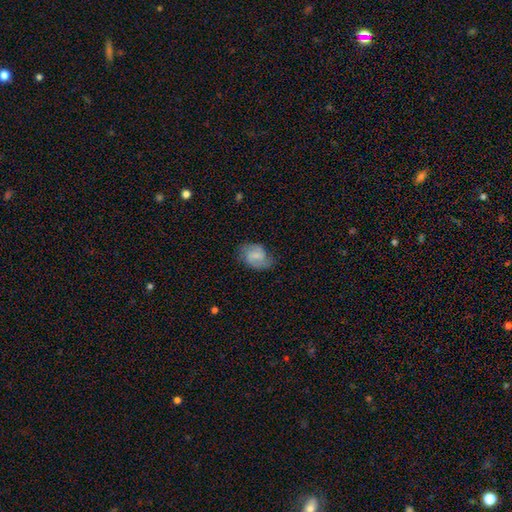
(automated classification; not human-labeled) smooth-or-featured: smooth: 53% | featured or disk: 39% | star or artifact: 8%
  how-rounded: in between: 73% | round: 26% | cigar-shaped: 1%
  merging: none: 63% | minor disturbance: 26% | major disturbance: 9% | merger: 1%